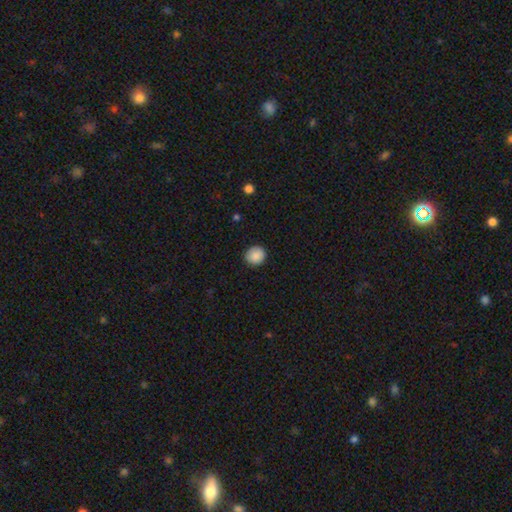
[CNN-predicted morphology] Smooth or featured: smooth — 88% (star or artifact — 8%)
How rounded: round — 89% (in between — 10%)
Merging: none — 89% (minor disturbance — 8%)